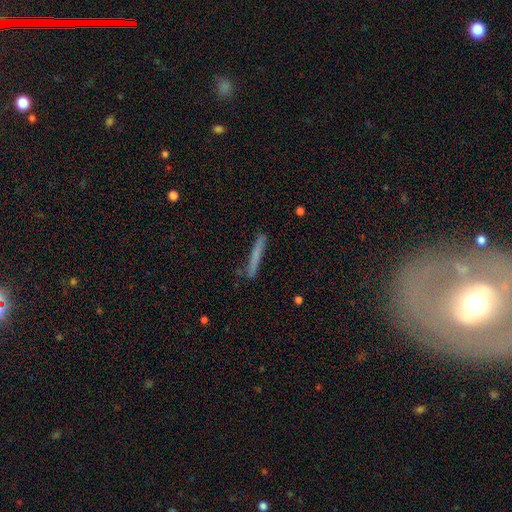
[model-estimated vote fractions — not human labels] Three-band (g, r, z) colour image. It shows a smooth galaxy with no disk features (65%) that is cigar-shaped (96%). Merging: none (85%).